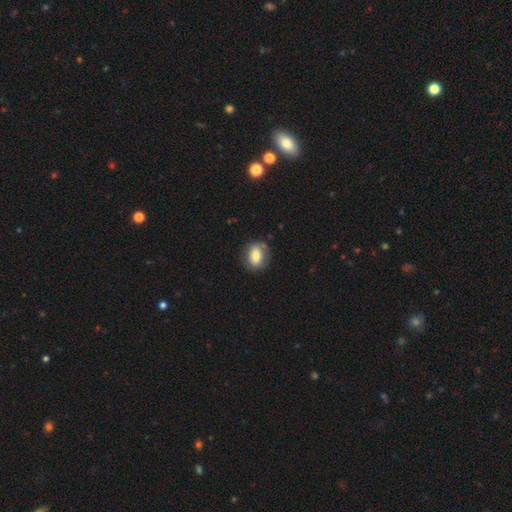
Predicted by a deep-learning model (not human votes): Q: Smooth or featured?
A: smooth (73%); runner-up: featured or disk (19%)
Q: How rounded?
A: in between (60%); runner-up: round (38%)
Q: Merging?
A: none (78%); runner-up: minor disturbance (15%)